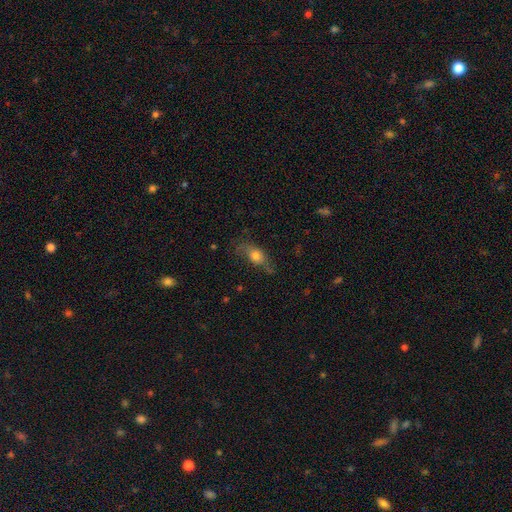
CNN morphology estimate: Smooth or featured?
  - smooth: 65% *
  - featured or disk: 26%
  - star or artifact: 9%
How rounded?
  - in between: 73% *
  - cigar-shaped: 14%
  - round: 13%
Merging?
  - none: 57% *
  - minor disturbance: 28%
  - major disturbance: 13%
  - merger: 3%